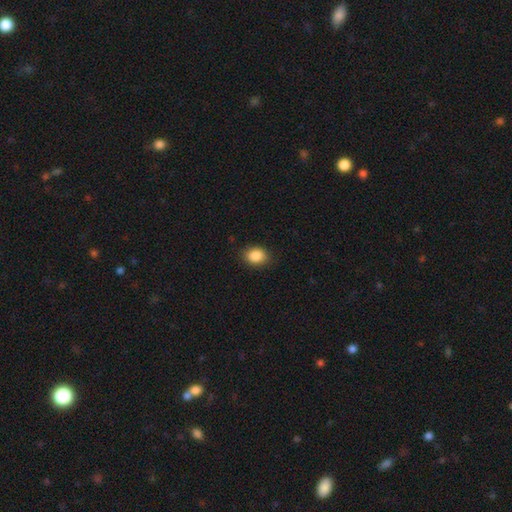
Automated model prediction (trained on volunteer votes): Q: Smooth or featured?
A: smooth (88%); runner-up: star or artifact (8%)
Q: How rounded?
A: in between (63%); runner-up: round (36%)
Q: Merging?
A: none (86%); runner-up: minor disturbance (10%)